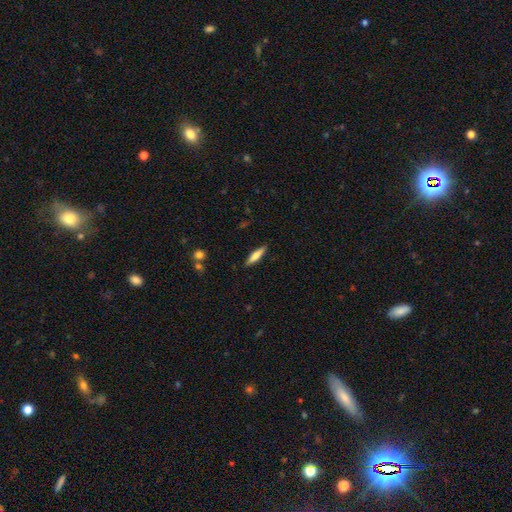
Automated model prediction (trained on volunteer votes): The model was most divided on "smooth or featured": smooth: 64%, featured or disk: 30%, star or artifact: 6%. More confident: merging — none (88%); how rounded — cigar-shaped (75%).